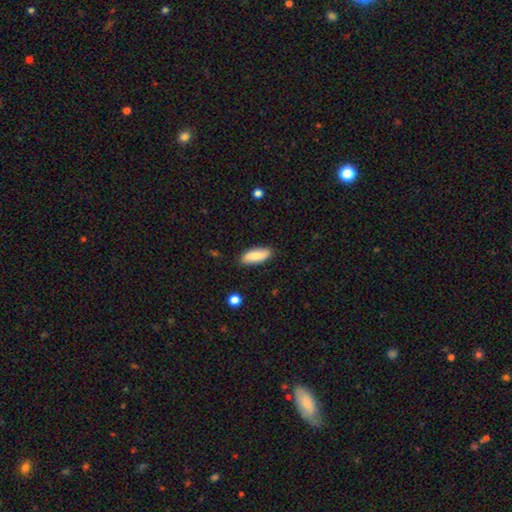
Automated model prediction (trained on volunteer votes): Overall: smooth (71%). How rounded: in between (75%). Merging: none (84%).